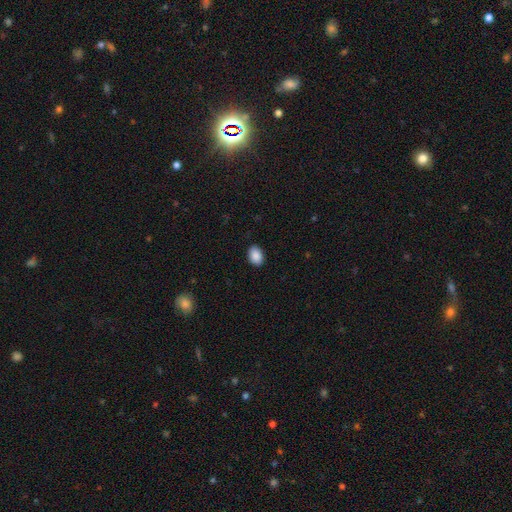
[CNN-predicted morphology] This is clearly a smooth galaxy (90%). How rounded: likely in between (79%). Merging: clearly none (89%).